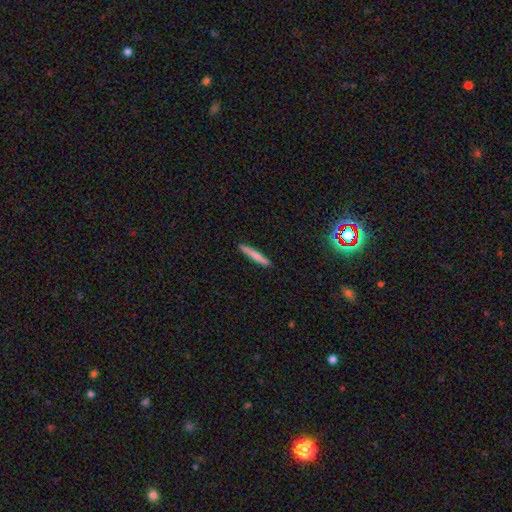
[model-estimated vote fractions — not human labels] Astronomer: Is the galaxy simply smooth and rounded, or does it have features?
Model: smooth — 74%.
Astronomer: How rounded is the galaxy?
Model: cigar-shaped — 95%.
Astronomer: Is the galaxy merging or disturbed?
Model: none — 91%.